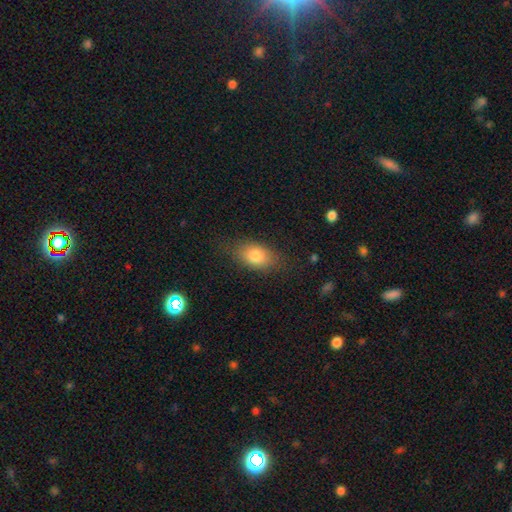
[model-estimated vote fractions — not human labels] The model was most divided on "merging": none: 78%, minor disturbance: 15%, major disturbance: 5%, merger: 1%. More confident: how rounded — in between (84%); smooth or featured — smooth (80%).